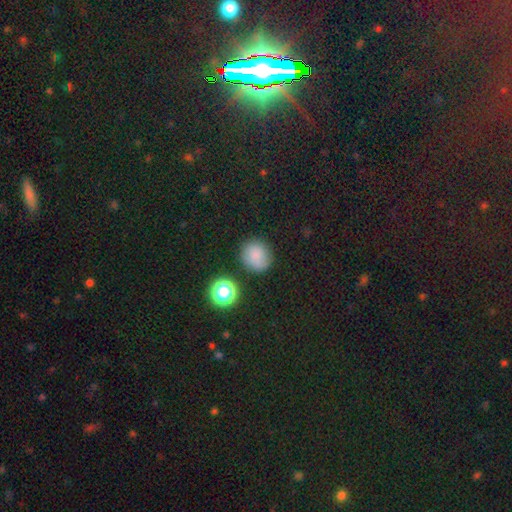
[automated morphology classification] Q: Smooth or featured?
A: smooth (80%); runner-up: star or artifact (13%)
Q: How rounded?
A: round (81%); runner-up: in between (18%)
Q: Merging?
A: none (77%); runner-up: minor disturbance (14%)